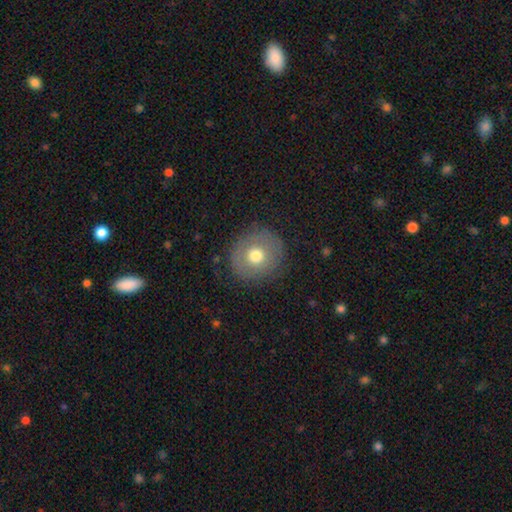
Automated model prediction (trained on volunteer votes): smooth-or-featured: smooth: 67% | featured or disk: 23% | star or artifact: 10%
  how-rounded: round: 90% | in between: 9% | cigar-shaped: 1%
  merging: none: 85% | minor disturbance: 10% | major disturbance: 4% | merger: 1%